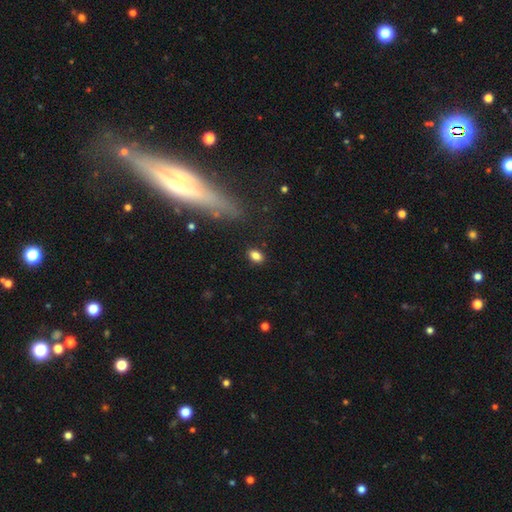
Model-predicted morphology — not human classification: A smooth galaxy with no disk features (83%) that is in between round and cigar-shaped (84%).

Vote fractions:
- Smooth or featured? smooth: 83% / star or artifact: 10% / featured or disk: 7%
- How rounded? in between: 84% / round: 14% / cigar-shaped: 2%
- Merging? none: 86% / minor disturbance: 10% / major disturbance: 3% / merger: 2%